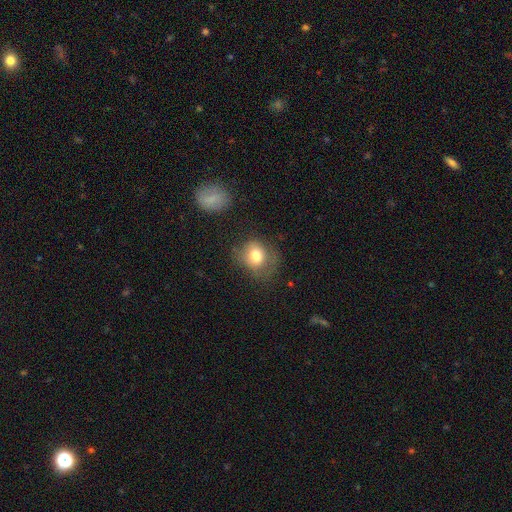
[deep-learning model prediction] Q: Smooth or featured?
A: smooth (78%); runner-up: featured or disk (13%)
Q: How rounded?
A: round (62%); runner-up: in between (37%)
Q: Merging?
A: none (53%); runner-up: minor disturbance (27%)